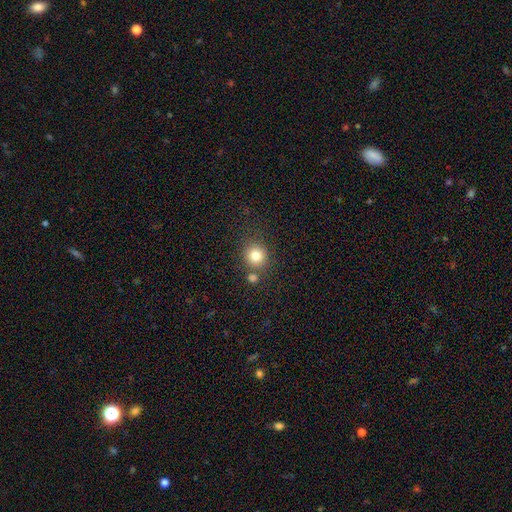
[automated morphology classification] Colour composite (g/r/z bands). It shows a smooth galaxy with no disk features (81%) that is round (89%). Merging: none (74%).